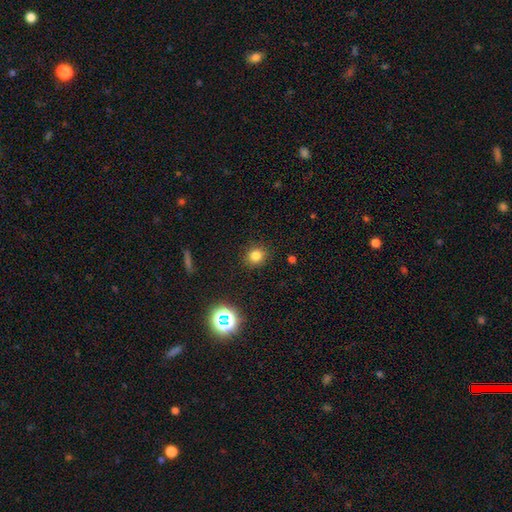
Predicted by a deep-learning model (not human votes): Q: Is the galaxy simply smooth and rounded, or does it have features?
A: smooth — 79%.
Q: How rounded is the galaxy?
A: round — 83%.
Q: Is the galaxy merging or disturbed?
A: none — 89%.